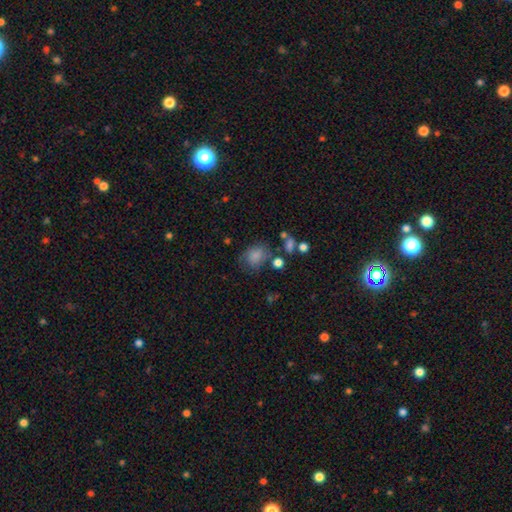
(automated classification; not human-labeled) Smooth or featured: smooth — 76% (featured or disk — 13%)
How rounded: round — 50% (in between — 49%)
Merging: none — 50% (minor disturbance — 26%)